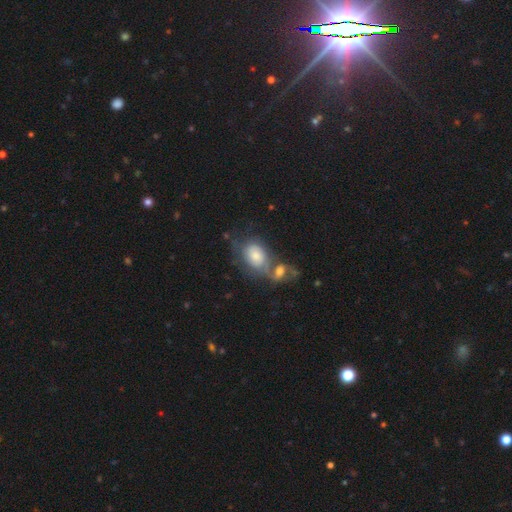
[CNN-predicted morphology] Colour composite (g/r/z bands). It shows a smooth galaxy with no disk features (60%) that is in between round and cigar-shaped (70%). Merging: merger (49%).